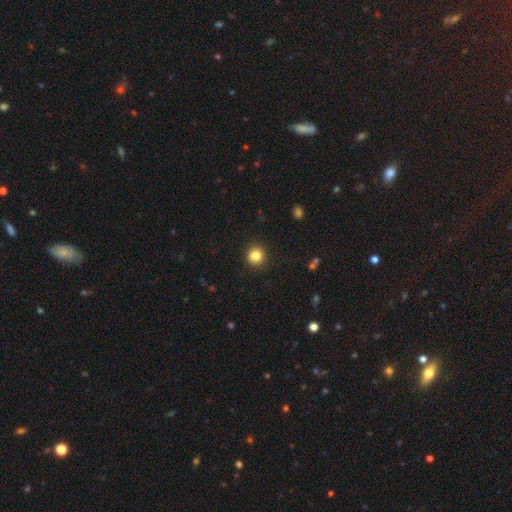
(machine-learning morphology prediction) smooth 84%, star or artifact 11%, featured or disk 5%. Down the decision tree: how rounded — round (91%); merging — none (91%).